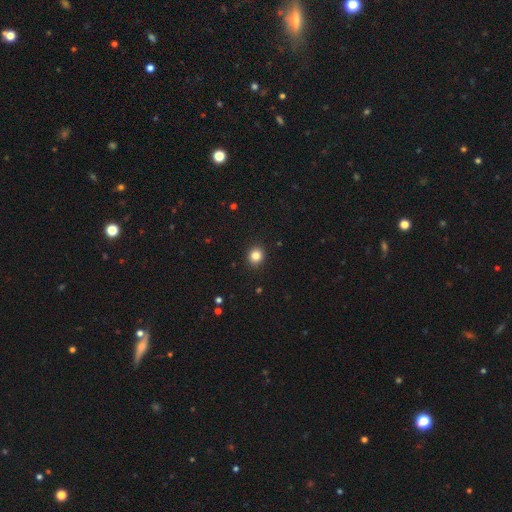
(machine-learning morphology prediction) Smooth or featured?
  - smooth: 84% *
  - star or artifact: 11%
  - featured or disk: 5%
How rounded?
  - round: 84% *
  - in between: 15%
  - cigar-shaped: 1%
Merging?
  - none: 92% *
  - minor disturbance: 5%
  - major disturbance: 2%
  - merger: 1%